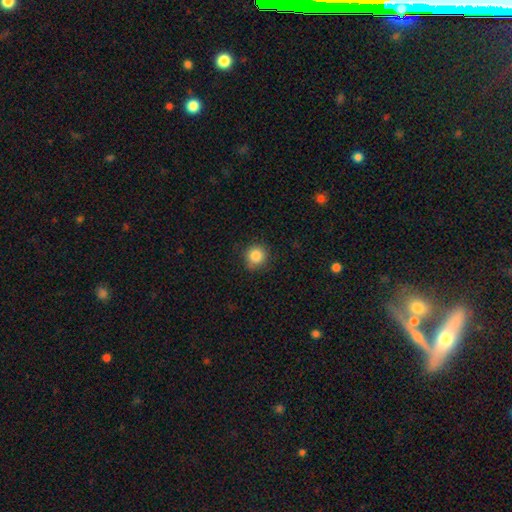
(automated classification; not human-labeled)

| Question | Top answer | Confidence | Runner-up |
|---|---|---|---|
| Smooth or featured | smooth | 85% | star or artifact (10%) |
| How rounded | round | 92% | in between (7%) |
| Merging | none | 87% | minor disturbance (9%) |